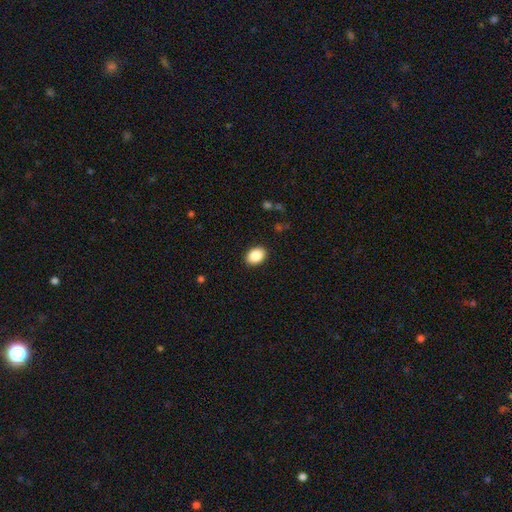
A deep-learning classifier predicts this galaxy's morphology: A smooth galaxy with no disk features (88%) that is in between round and cigar-shaped (73%). Merging: none (90%).